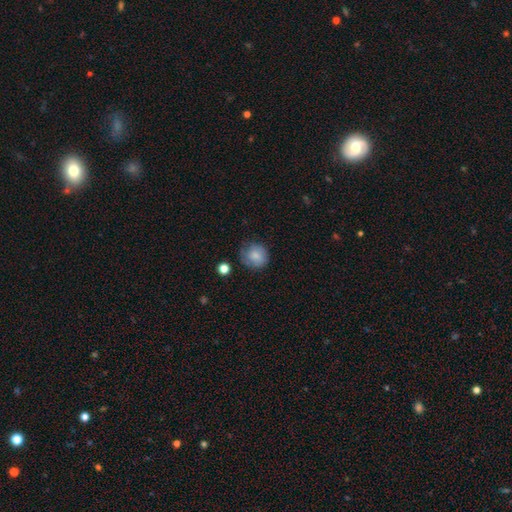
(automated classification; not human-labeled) Smooth or featured? Predicted: smooth (p=0.72). How rounded? Predicted: round (p=0.80). Merging? Predicted: none (p=0.64).